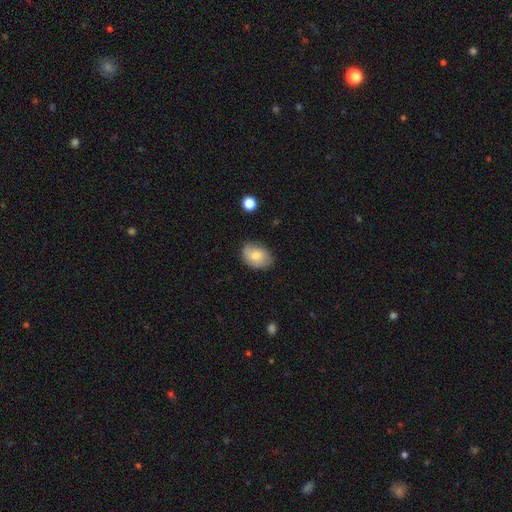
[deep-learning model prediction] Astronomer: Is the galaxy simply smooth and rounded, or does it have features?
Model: smooth — 75%.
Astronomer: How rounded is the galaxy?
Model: in between — 80%.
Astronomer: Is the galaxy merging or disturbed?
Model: none — 73%.